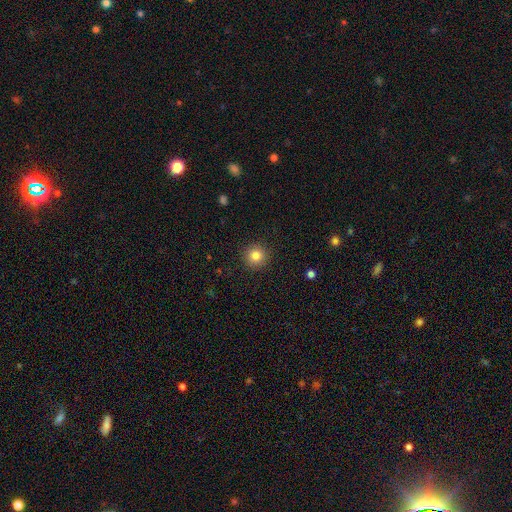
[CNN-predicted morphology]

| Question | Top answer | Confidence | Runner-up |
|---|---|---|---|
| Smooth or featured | smooth | 83% | star or artifact (11%) |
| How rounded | round | 95% | in between (4%) |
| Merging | none | 92% | minor disturbance (5%) |